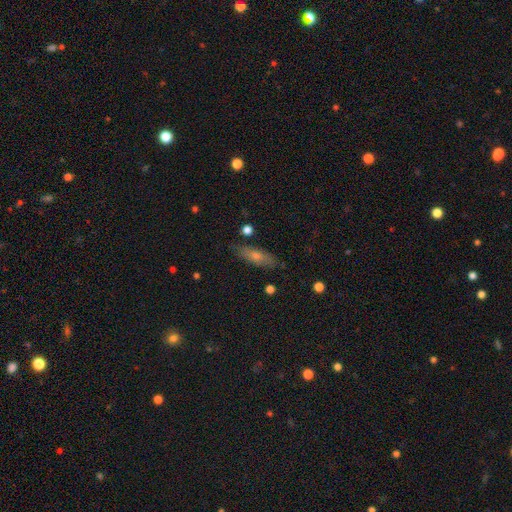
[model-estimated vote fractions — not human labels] A smooth galaxy with no disk features (52%) that is cigar-shaped (53%). Merging: none (84%).